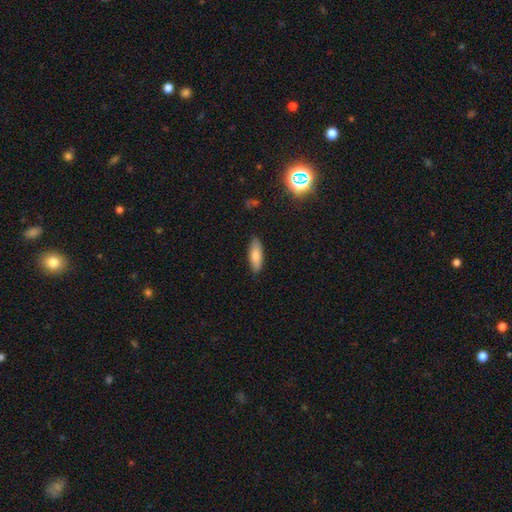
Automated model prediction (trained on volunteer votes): This is clearly a smooth galaxy (81%). How rounded: likely in between (64%). Merging: clearly none (87%).